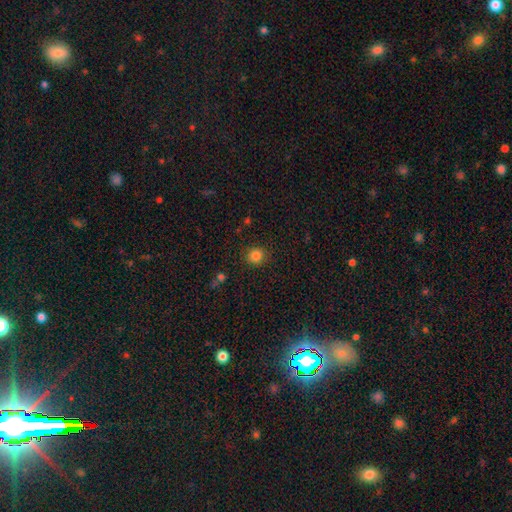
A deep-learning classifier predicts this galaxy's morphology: A smooth galaxy with no disk features (84%) that is round (88%).

Vote fractions:
- Smooth or featured? smooth: 84% / star or artifact: 12% / featured or disk: 4%
- How rounded? round: 88% / in between: 11% / cigar-shaped: 1%
- Merging? none: 88% / minor disturbance: 7% / major disturbance: 3% / merger: 2%